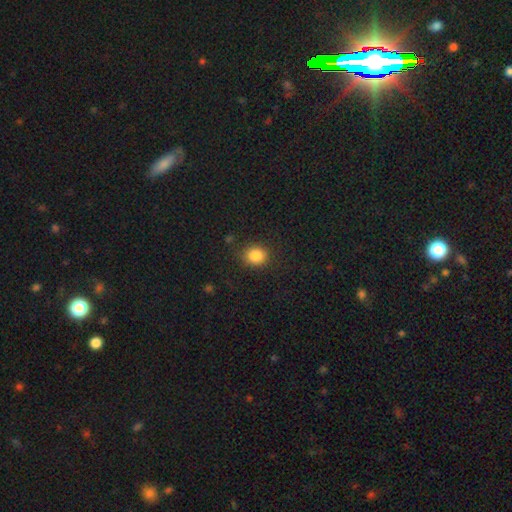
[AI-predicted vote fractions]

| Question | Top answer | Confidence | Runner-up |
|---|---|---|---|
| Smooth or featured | smooth | 85% | star or artifact (10%) |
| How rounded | round | 73% | in between (26%) |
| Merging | none | 85% | minor disturbance (10%) |